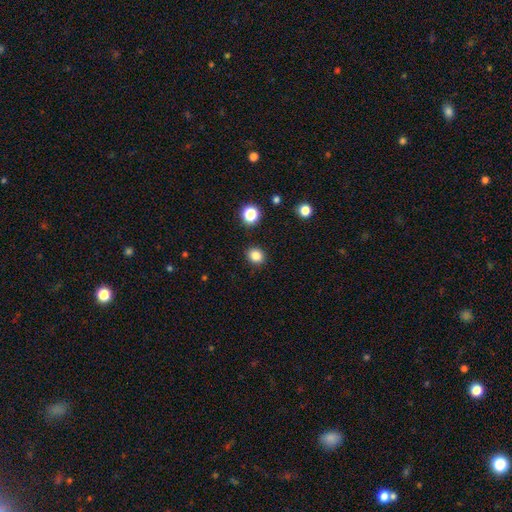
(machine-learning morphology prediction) Q: Smooth or featured?
A: smooth (84%); runner-up: star or artifact (12%)
Q: How rounded?
A: round (73%); runner-up: in between (26%)
Q: Merging?
A: none (90%); runner-up: minor disturbance (6%)